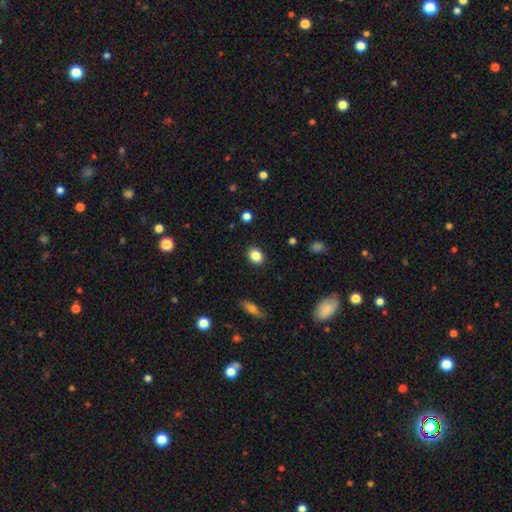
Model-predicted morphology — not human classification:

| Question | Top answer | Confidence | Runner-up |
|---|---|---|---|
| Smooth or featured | smooth | 86% | star or artifact (9%) |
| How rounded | round | 51% | in between (48%) |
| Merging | none | 89% | minor disturbance (8%) |